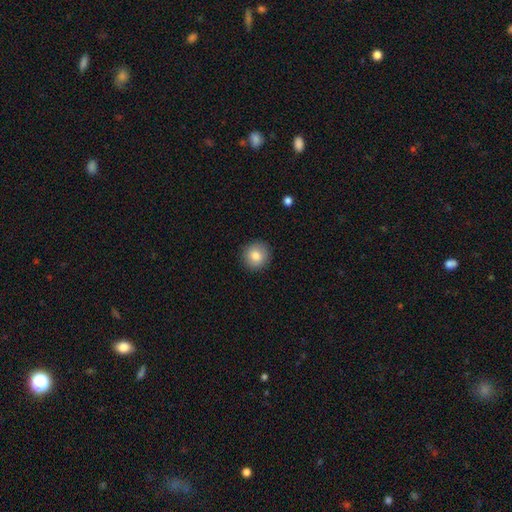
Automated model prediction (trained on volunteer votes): Smooth or featured?
  - smooth: 83% *
  - star or artifact: 9%
  - featured or disk: 8%
How rounded?
  - round: 92% *
  - in between: 7%
  - cigar-shaped: 1%
Merging?
  - none: 91% *
  - minor disturbance: 6%
  - major disturbance: 2%
  - merger: 1%